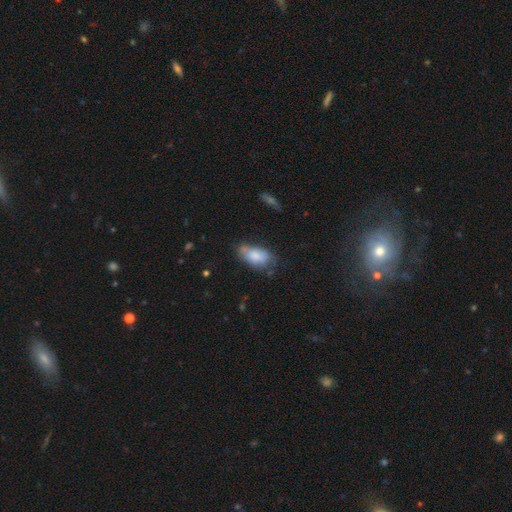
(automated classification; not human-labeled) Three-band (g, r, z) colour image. It shows a smooth galaxy with no disk features (76%) that is in between round and cigar-shaped (91%). Merging: none (47%).